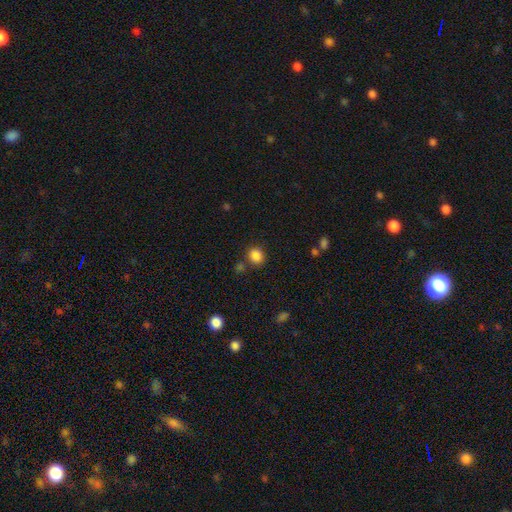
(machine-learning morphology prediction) This is clearly a smooth galaxy (86%). How rounded: likely round (76%). Merging: likely none (80%).